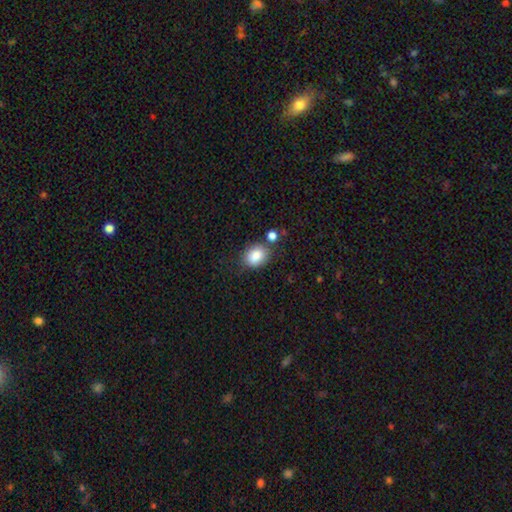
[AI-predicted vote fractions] Overall: smooth (86%). How rounded: in between (62%; round 37%). Merging: none (71%).